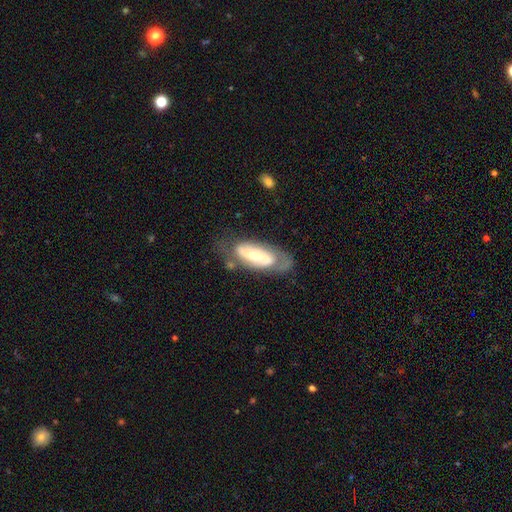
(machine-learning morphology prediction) A featured or disk galaxy (69%) with no bar (36%), spiral arms (81%) and a moderate central bulge (53%). Merging: none (54%).